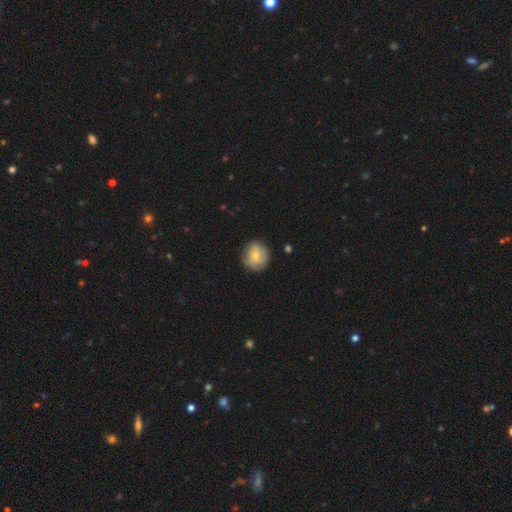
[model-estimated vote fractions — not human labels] Smooth or featured? Predicted: smooth (p=0.64). How rounded? Predicted: round (p=0.84). Merging? Predicted: none (p=0.79).